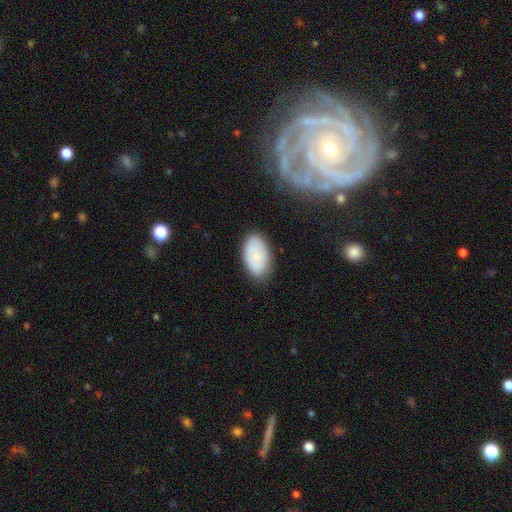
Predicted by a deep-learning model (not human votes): Q: Smooth or featured?
A: smooth (75%); runner-up: featured or disk (17%)
Q: How rounded?
A: in between (94%); runner-up: round (5%)
Q: Merging?
A: none (81%); runner-up: minor disturbance (14%)